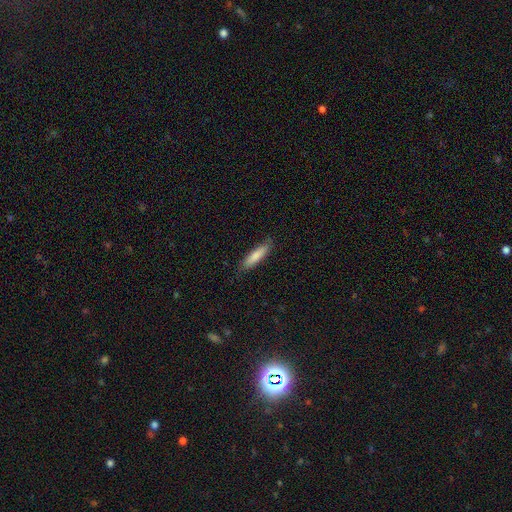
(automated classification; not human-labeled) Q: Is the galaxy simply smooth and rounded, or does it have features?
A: smooth — 82%.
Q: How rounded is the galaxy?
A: cigar-shaped — 77%.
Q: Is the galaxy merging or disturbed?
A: none — 81%.